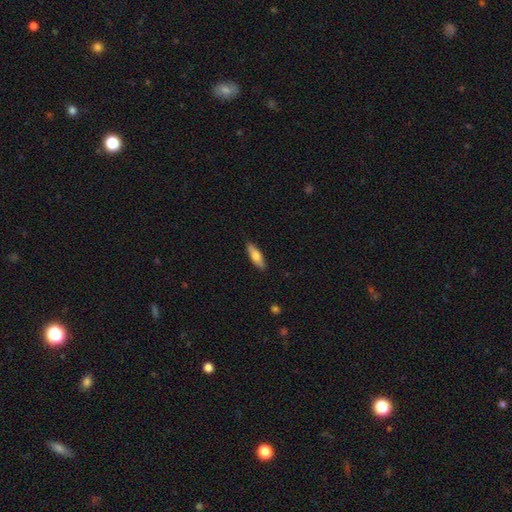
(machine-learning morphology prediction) This is likely a smooth galaxy (72%). How rounded: possibly in between (53%). Merging: clearly none (88%).